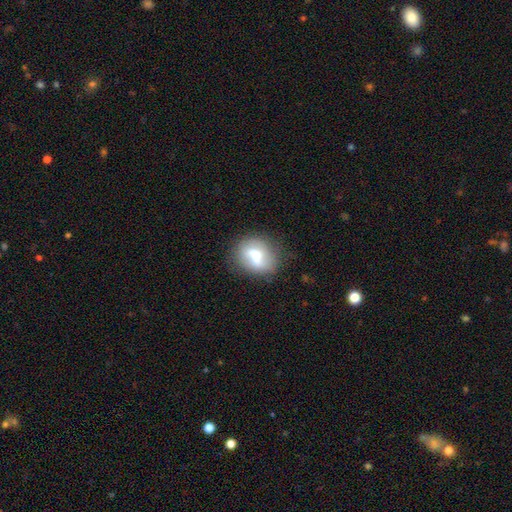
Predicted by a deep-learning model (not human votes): Smooth or featured? smooth (49%)
Merging? none (69%)